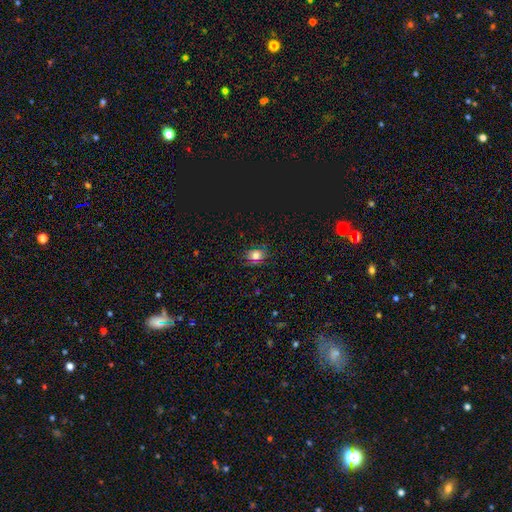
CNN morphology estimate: Smooth or featured?
  - smooth: 69% *
  - star or artifact: 23%
  - featured or disk: 8%
How rounded?
  - round: 64% *
  - in between: 34%
  - cigar-shaped: 2%
Merging?
  - none: 83% *
  - minor disturbance: 12%
  - major disturbance: 3%
  - merger: 1%